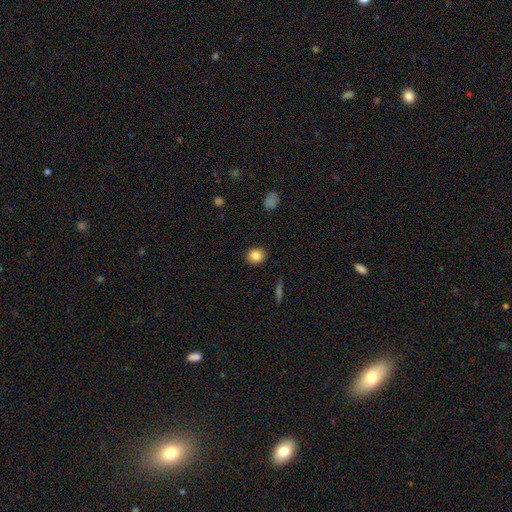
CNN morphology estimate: Q: Smooth or featured?
A: smooth (84%); runner-up: star or artifact (9%)
Q: How rounded?
A: round (73%); runner-up: in between (26%)
Q: Merging?
A: none (90%); runner-up: minor disturbance (7%)